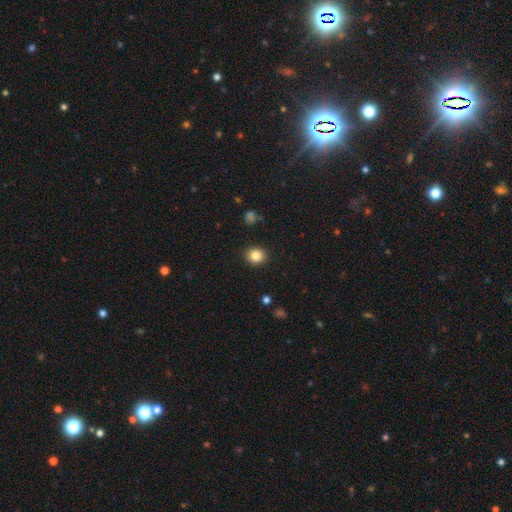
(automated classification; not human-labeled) Smooth or featured? Predicted: smooth (p=0.84). How rounded? Predicted: round (p=0.77). Merging? Predicted: none (p=0.91).